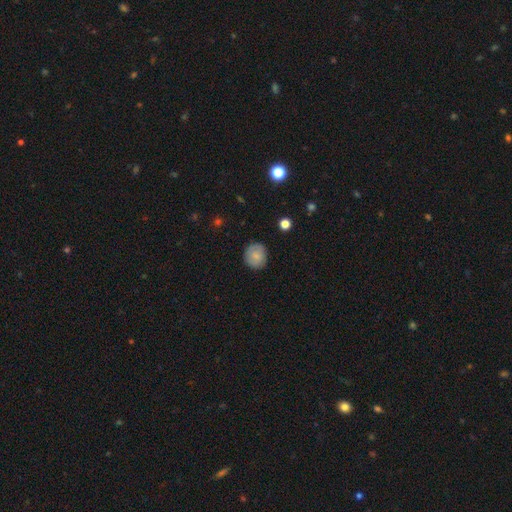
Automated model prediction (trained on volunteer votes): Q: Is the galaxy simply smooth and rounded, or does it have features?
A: smooth — 82%.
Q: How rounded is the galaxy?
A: round — 83%.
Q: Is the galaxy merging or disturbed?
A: none — 85%.